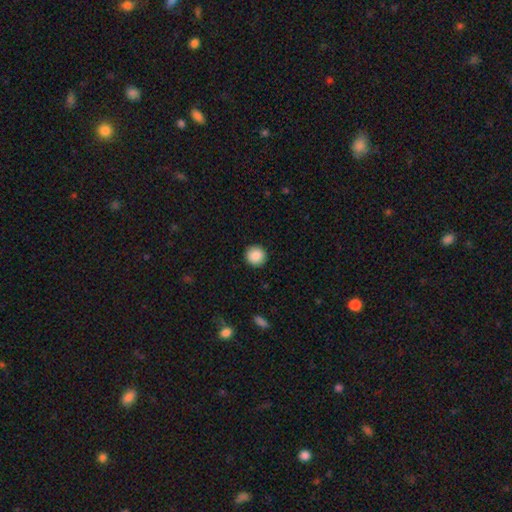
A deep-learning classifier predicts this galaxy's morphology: This appears to be a smooth galaxy with no disk features (88%) that is round (94%). Merging: none (92%).